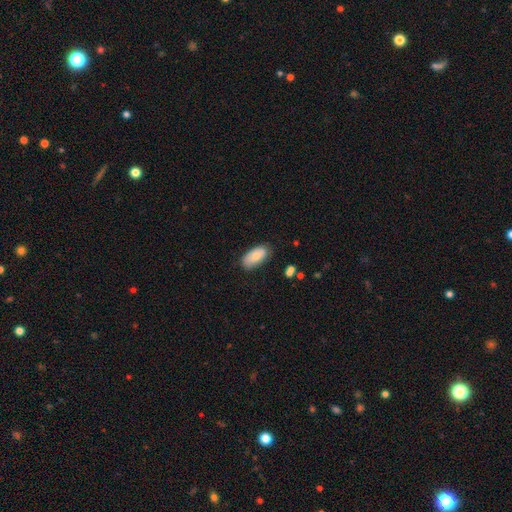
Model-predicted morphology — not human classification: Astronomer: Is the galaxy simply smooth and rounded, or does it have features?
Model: smooth — 77%.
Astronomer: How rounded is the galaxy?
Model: in between — 93%.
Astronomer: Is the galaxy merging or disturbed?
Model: none — 76%.